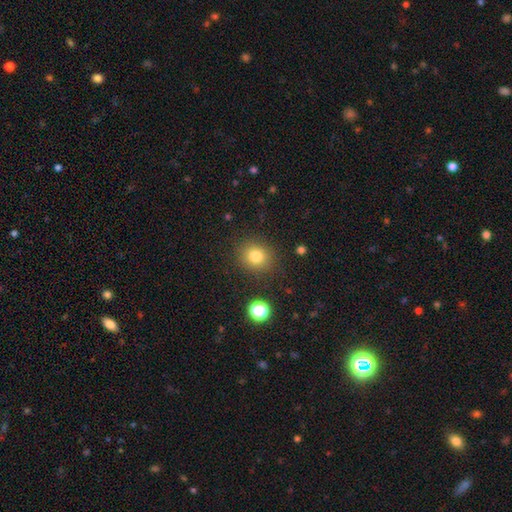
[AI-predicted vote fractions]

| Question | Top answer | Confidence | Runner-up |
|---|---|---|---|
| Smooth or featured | smooth | 80% | star or artifact (13%) |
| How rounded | round | 81% | in between (18%) |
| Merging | none | 87% | minor disturbance (8%) |